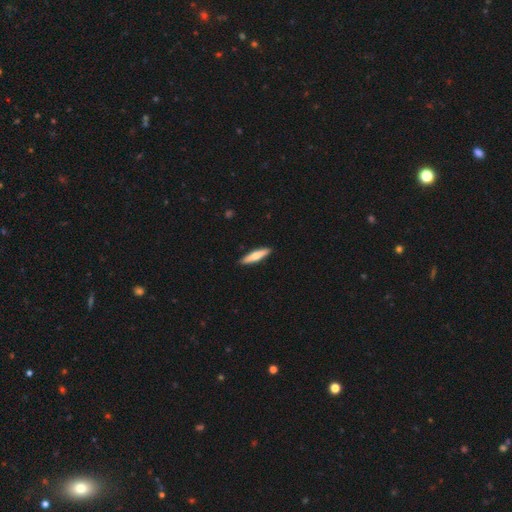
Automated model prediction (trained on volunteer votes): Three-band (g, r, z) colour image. It shows a smooth galaxy with no disk features (65%) that is cigar-shaped (81%). Merging: none (91%).